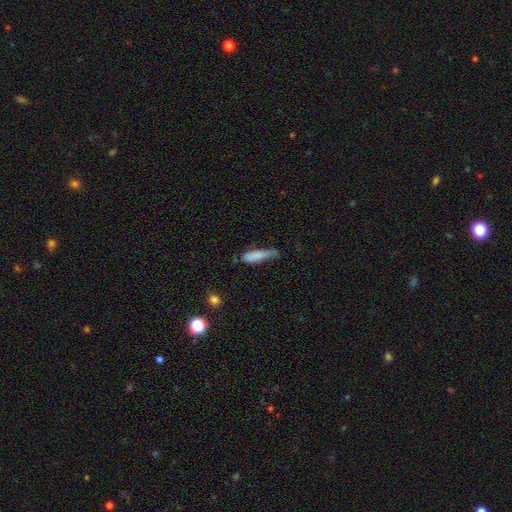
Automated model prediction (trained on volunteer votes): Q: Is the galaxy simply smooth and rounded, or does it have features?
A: smooth — 77%.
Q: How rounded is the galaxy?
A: cigar-shaped — 66%.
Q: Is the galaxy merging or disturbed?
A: minor disturbance — 39%.